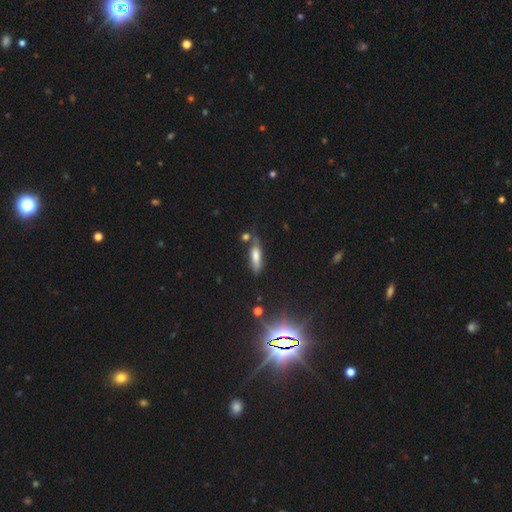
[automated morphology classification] The model was most divided on "how rounded": cigar-shaped: 64%, in between: 34%, round: 3%. More confident: merging — none (61%); smooth or featured — smooth (61%).